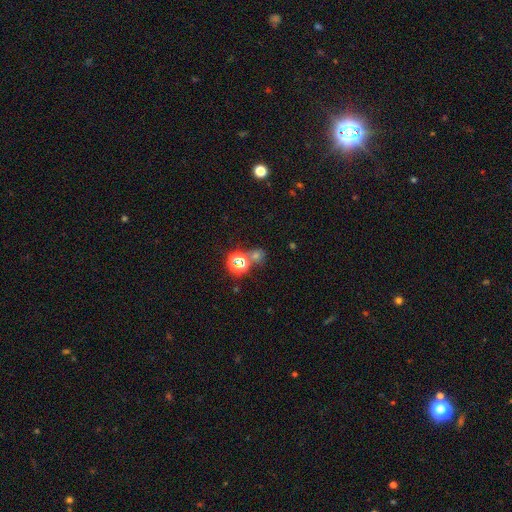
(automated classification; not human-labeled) Smooth or featured? star or artifact (47%)